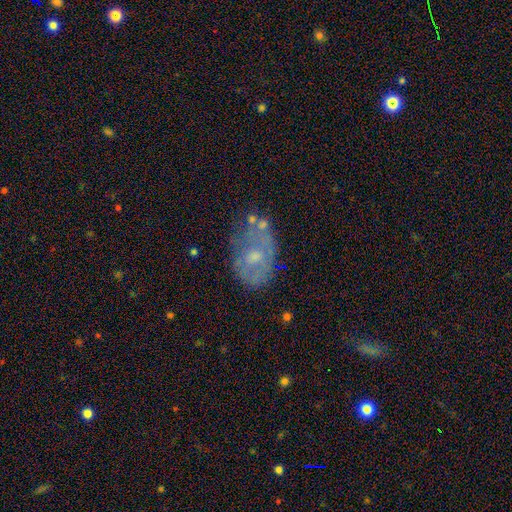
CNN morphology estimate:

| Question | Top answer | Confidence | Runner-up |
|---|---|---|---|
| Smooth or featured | featured or disk | 52% | smooth (37%) |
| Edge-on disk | no | 95% | yes (5%) |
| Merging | none | 52% | minor disturbance (26%) |